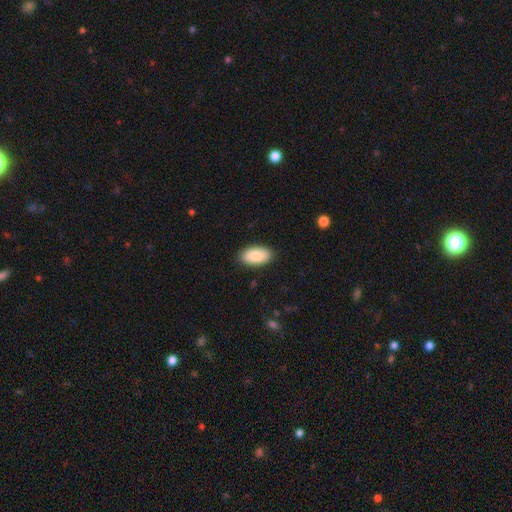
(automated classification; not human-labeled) This appears to be a smooth galaxy with no disk features (84%) that is in between round and cigar-shaped (95%). Merging: none (87%).